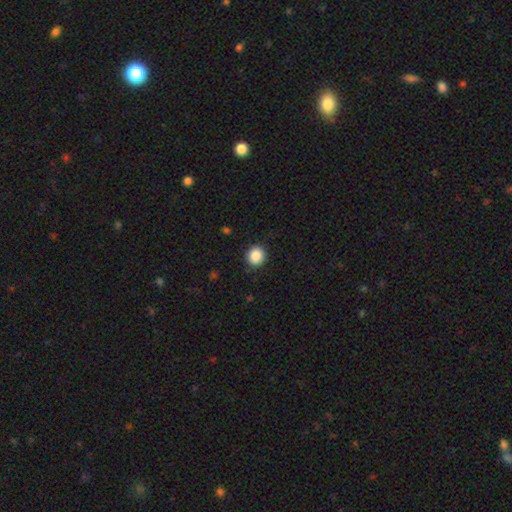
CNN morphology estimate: The model was most divided on "how rounded": round: 88%, in between: 11%, cigar-shaped: 1%. More confident: merging — none (90%); smooth or featured — smooth (88%).